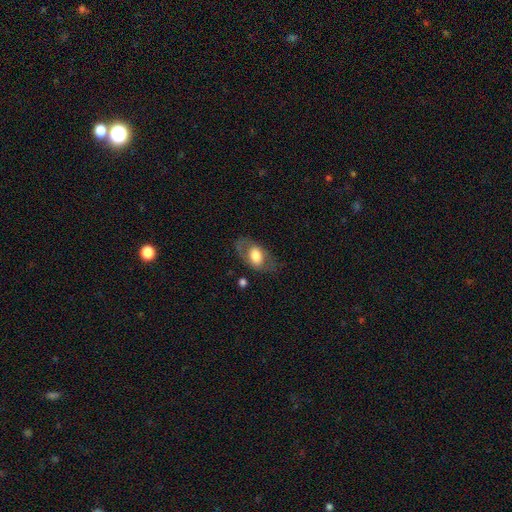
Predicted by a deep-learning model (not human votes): The model was most divided on "smooth or featured": smooth: 58%, featured or disk: 36%, star or artifact: 6%. More confident: how rounded — in between (88%); merging — none (66%).